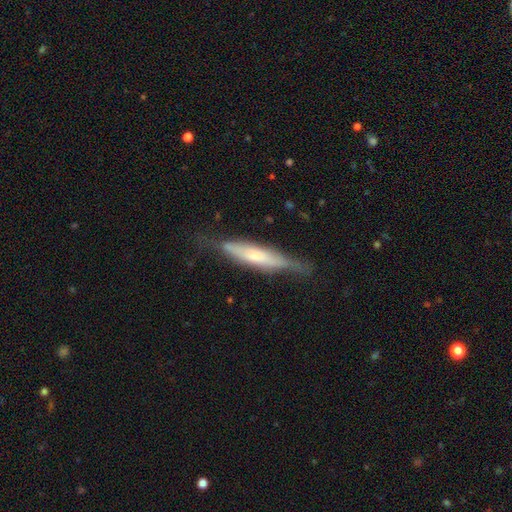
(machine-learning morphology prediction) This appears to be a featured or disk galaxy (49%). Merging: none (64%).